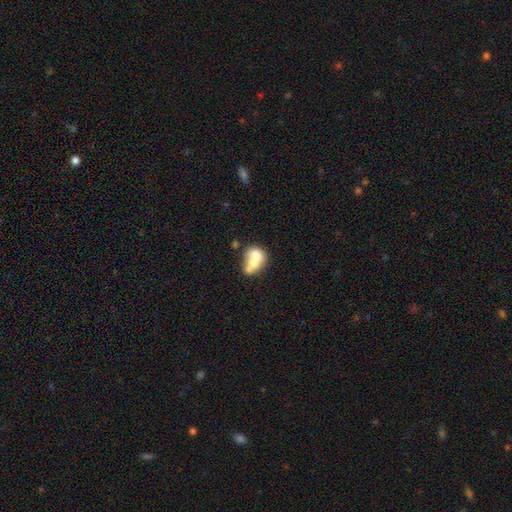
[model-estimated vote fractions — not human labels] The model was most divided on "how rounded": round: 56%, in between: 43%, cigar-shaped: 1%. More confident: merging — merger (65%); smooth or featured — smooth (61%).